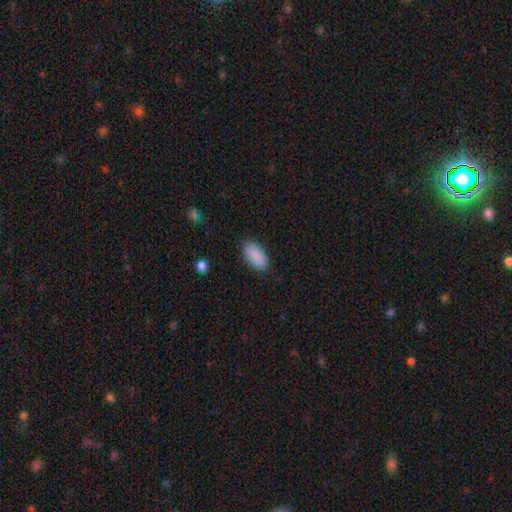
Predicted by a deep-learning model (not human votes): Overall: smooth (90%). How rounded: in between (92%). Merging: none (86%).